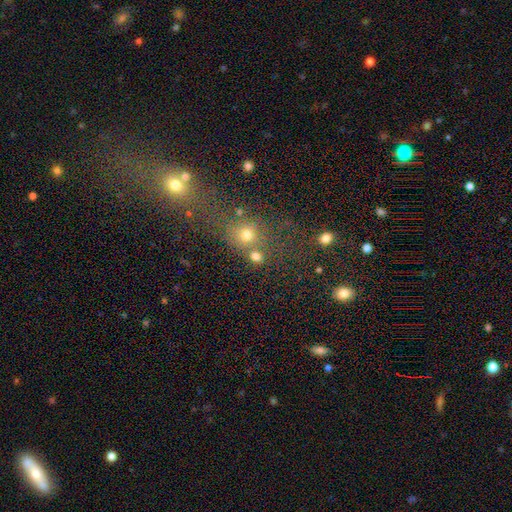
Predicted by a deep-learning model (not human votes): Morphology: type=smooth (67%); roundness=round (81%); merging=none (56%).